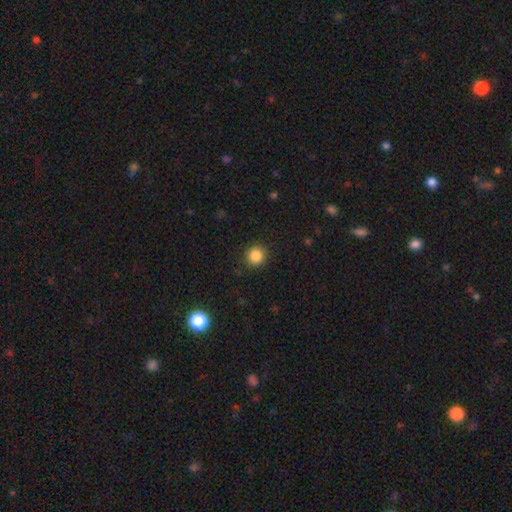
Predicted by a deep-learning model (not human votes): Overall: smooth (86%). How rounded: round (93%). Merging: none (91%).